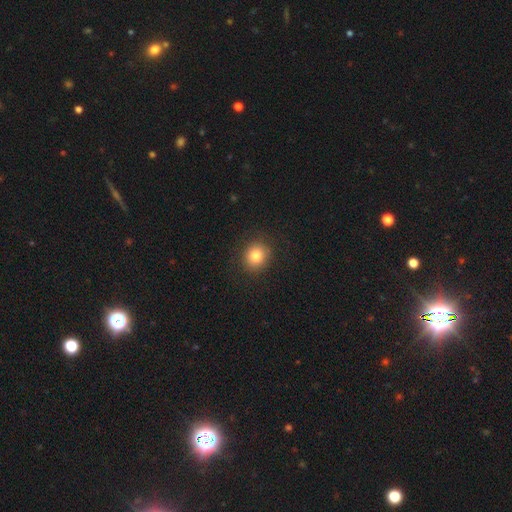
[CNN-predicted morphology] This appears to be a smooth galaxy with no disk features (82%) that is round (81%). Merging: none (90%).